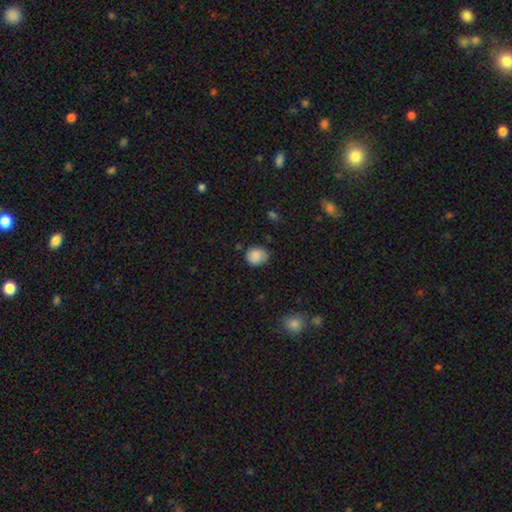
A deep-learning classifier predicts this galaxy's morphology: smooth_or_featured: smooth (p=0.84) [alt: star or artifact p=0.08]
how_rounded: round (p=0.67) [alt: in between p=0.32]
merging: none (p=0.70) [alt: minor disturbance p=0.23]